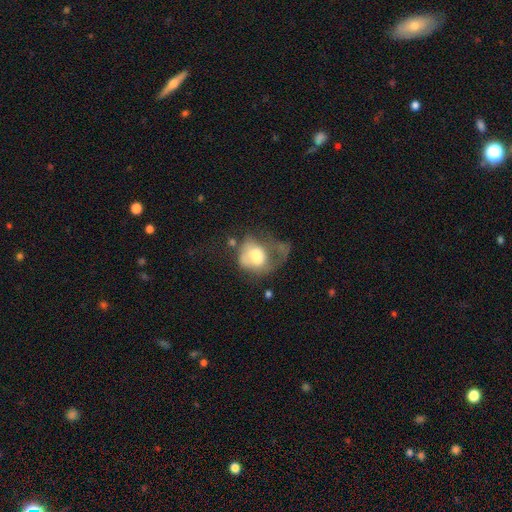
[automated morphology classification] Q: Smooth or featured?
A: smooth (50%); runner-up: featured or disk (40%)
Q: How rounded?
A: in between (51%); runner-up: round (48%)
Q: Merging?
A: major disturbance (52%); runner-up: merger (16%)